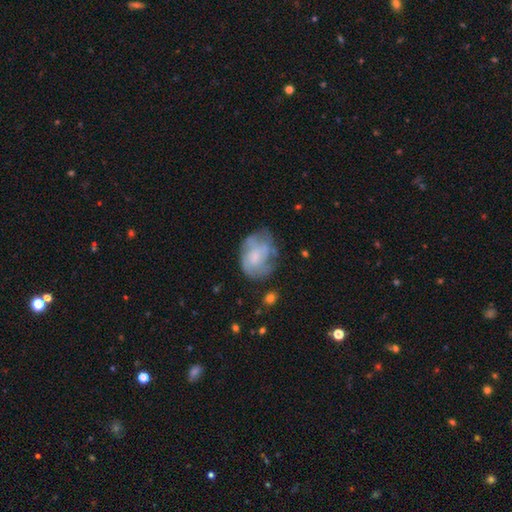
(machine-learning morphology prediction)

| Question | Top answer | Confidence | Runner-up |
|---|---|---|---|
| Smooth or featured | featured or disk | 47% | smooth (44%) |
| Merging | none | 51% | minor disturbance (27%) |